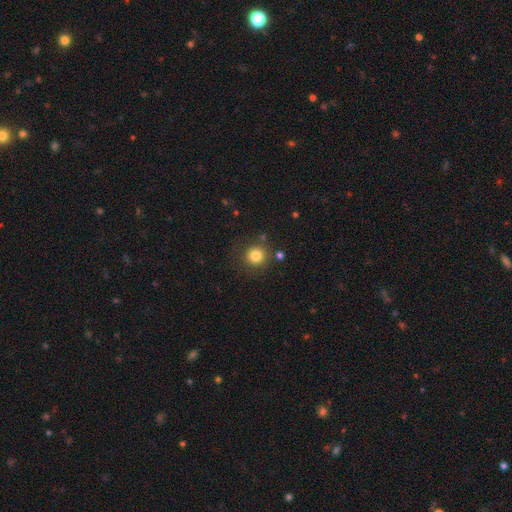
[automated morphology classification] Smooth or featured?
  - smooth: 81% *
  - star or artifact: 12%
  - featured or disk: 6%
How rounded?
  - round: 93% *
  - in between: 6%
  - cigar-shaped: 1%
Merging?
  - none: 82% *
  - minor disturbance: 9%
  - merger: 5%
  - major disturbance: 4%